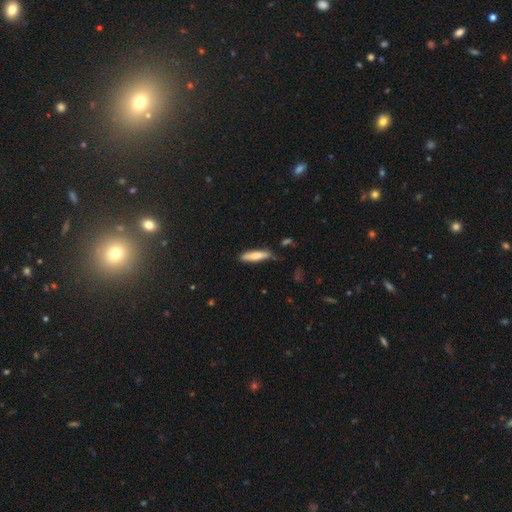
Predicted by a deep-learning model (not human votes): Q: Smooth or featured?
A: smooth (72%); runner-up: featured or disk (22%)
Q: How rounded?
A: cigar-shaped (78%); runner-up: in between (21%)
Q: Merging?
A: none (78%); runner-up: minor disturbance (16%)